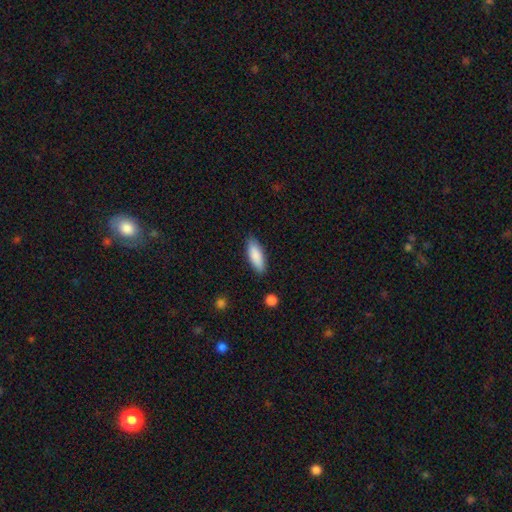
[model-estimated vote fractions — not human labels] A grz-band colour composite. It shows a smooth galaxy with no disk features (87%) that is in between round and cigar-shaped (66%). Merging: none (86%).